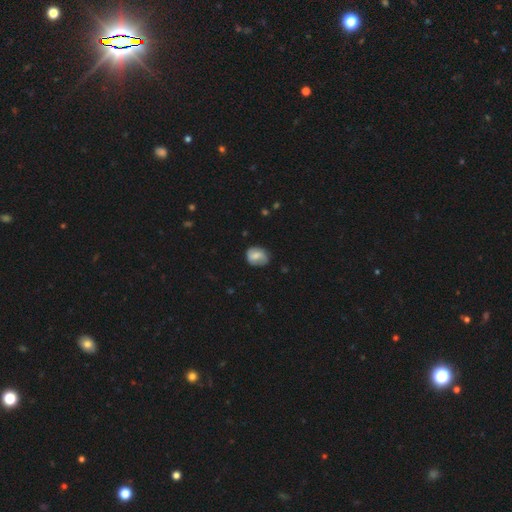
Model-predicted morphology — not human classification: Smooth or featured: smooth — 65% (featured or disk — 27%)
How rounded: in between — 50% (round — 49%)
Merging: none — 70% (minor disturbance — 23%)